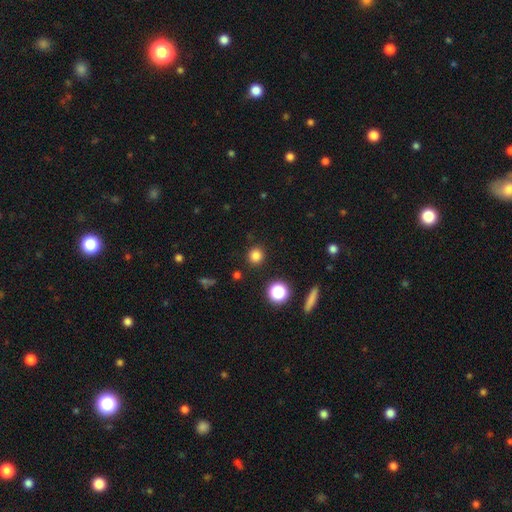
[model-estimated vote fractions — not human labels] smooth-or-featured: smooth: 81% | star or artifact: 15% | featured or disk: 4%
  how-rounded: round: 91% | in between: 8% | cigar-shaped: 1%
  merging: none: 90% | minor disturbance: 6% | major disturbance: 2% | merger: 2%